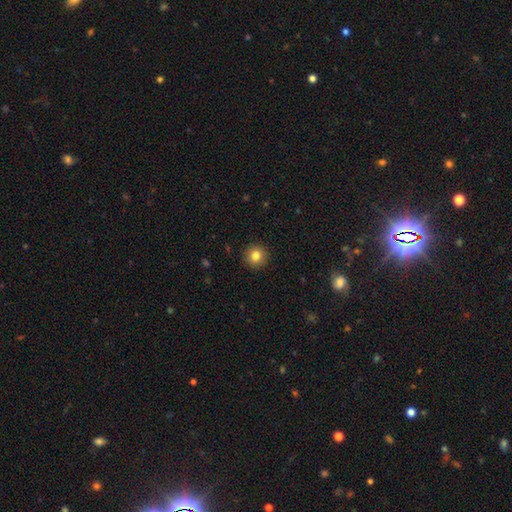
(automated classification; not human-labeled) This is clearly a smooth galaxy (82%). How rounded: clearly round (94%). Merging: clearly none (92%).